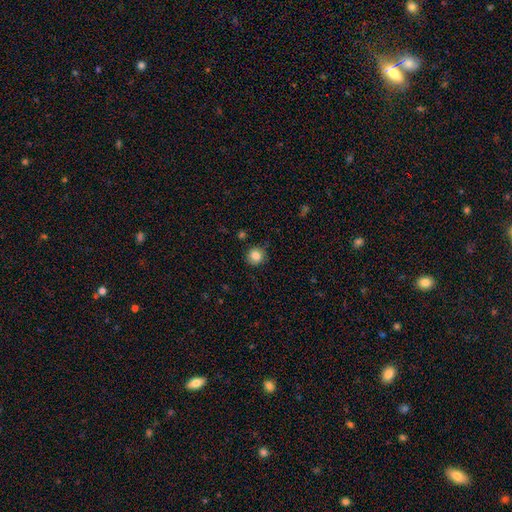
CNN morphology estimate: Smooth or featured? Predicted: smooth (p=0.86). How rounded? Predicted: round (p=0.91). Merging? Predicted: none (p=0.82).